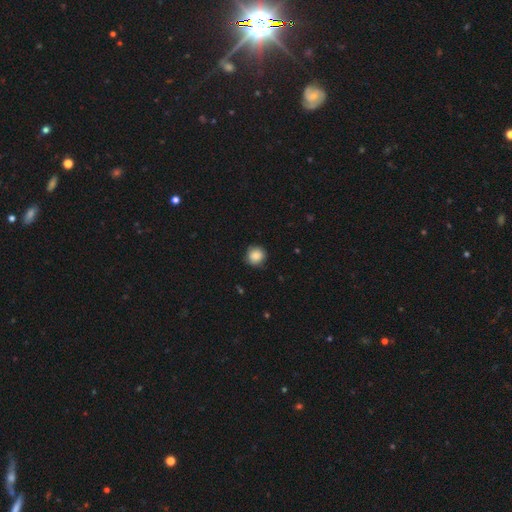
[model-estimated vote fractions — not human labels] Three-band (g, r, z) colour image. It shows a smooth galaxy with no disk features (87%) that is round (91%). Merging: none (85%).